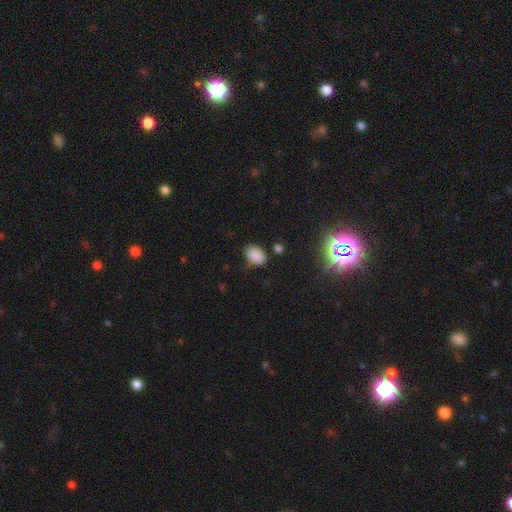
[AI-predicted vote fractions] Smooth or featured? smooth (86%)
How rounded? in between (86%)
Merging? none (75%)